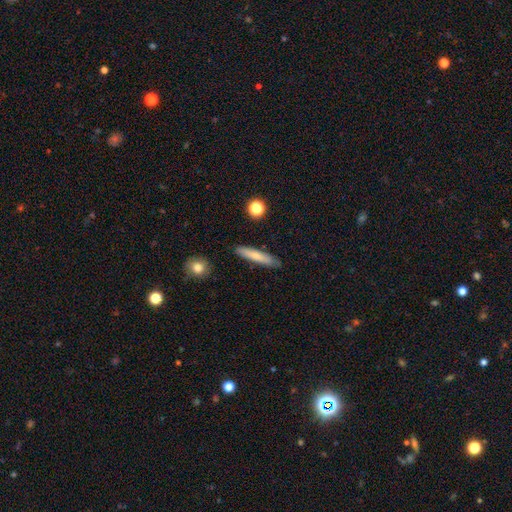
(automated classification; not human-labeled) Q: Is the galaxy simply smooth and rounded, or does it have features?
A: smooth — 70%.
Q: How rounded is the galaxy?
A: cigar-shaped — 88%.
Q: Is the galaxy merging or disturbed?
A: none — 85%.